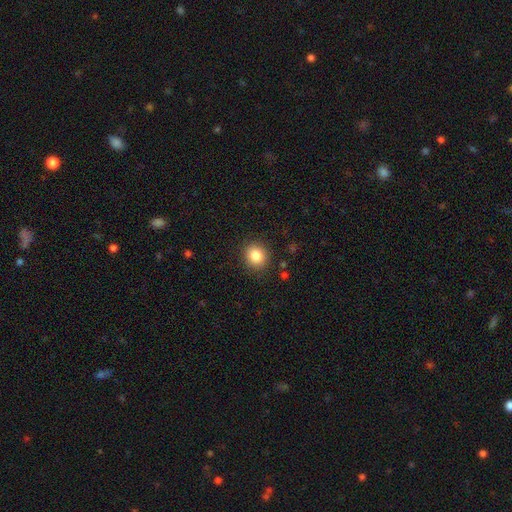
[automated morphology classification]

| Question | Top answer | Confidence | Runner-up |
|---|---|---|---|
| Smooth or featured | smooth | 84% | star or artifact (10%) |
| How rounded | round | 81% | in between (18%) |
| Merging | none | 89% | minor disturbance (7%) |